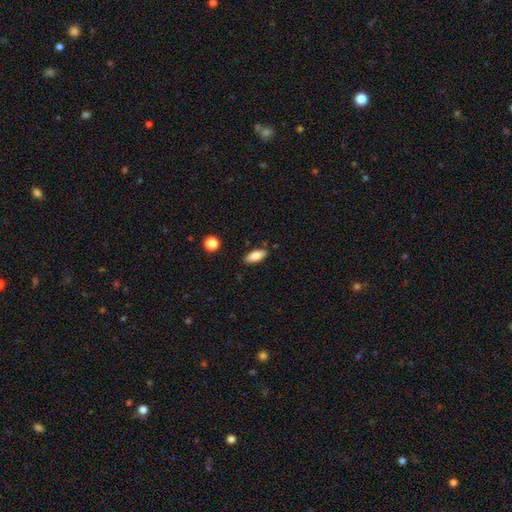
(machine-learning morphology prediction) smooth_or_featured: smooth (p=0.82) [alt: featured or disk p=0.10]
how_rounded: in between (p=0.80) [alt: cigar-shaped p=0.18]
merging: none (p=0.85) [alt: minor disturbance p=0.11]